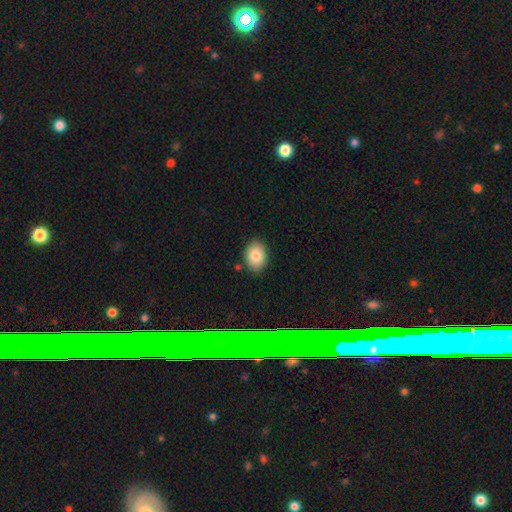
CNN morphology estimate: Smooth or featured? Predicted: smooth (p=0.82). How rounded? Predicted: in between (p=0.77). Merging? Predicted: none (p=0.86).